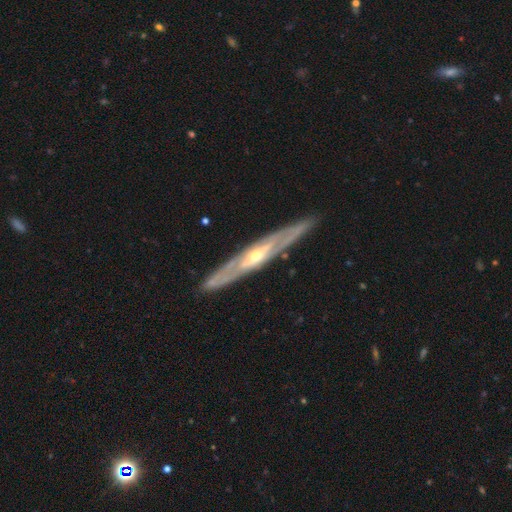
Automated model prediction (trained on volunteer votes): Q: Smooth or featured?
A: featured or disk (81%); runner-up: smooth (14%)
Q: Edge-on disk?
A: yes (65%); runner-up: no (35%)
Q: Edge-on bulge?
A: rounded (80%); runner-up: none (17%)
Q: Merging?
A: none (86%); runner-up: minor disturbance (10%)